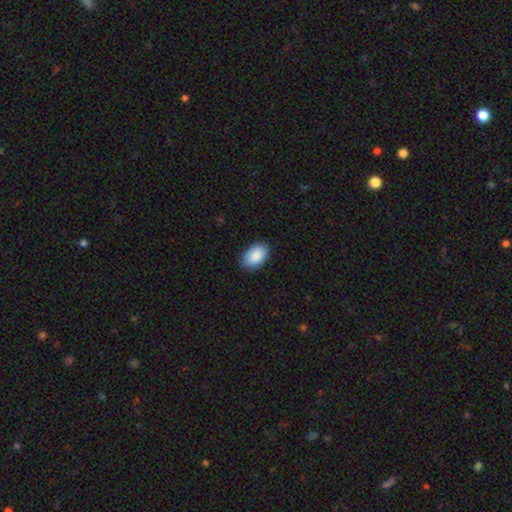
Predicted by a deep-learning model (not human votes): The model was most divided on "merging": none: 88%, minor disturbance: 10%, major disturbance: 2%, merger: 1%. More confident: how rounded — in between (93%); smooth or featured — smooth (89%).